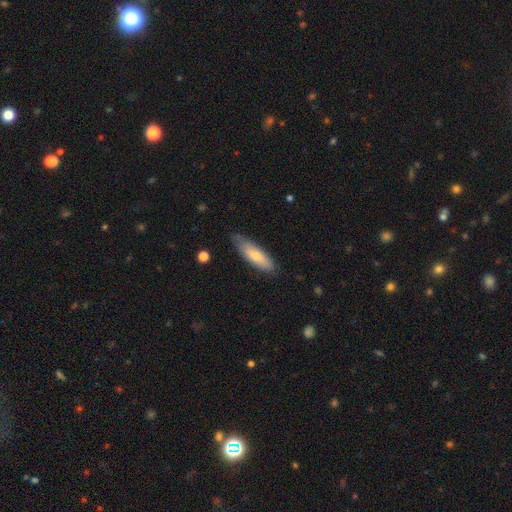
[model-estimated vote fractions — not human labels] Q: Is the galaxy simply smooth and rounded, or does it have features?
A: smooth — 74%.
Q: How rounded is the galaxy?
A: cigar-shaped — 51%.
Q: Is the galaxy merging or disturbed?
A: none — 72%.